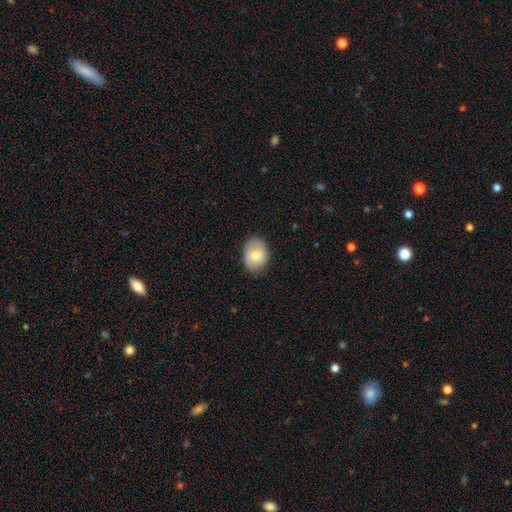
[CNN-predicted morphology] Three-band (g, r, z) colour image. It shows a smooth galaxy with no disk features (69%) that is in between round and cigar-shaped (66%). Merging: none (77%).